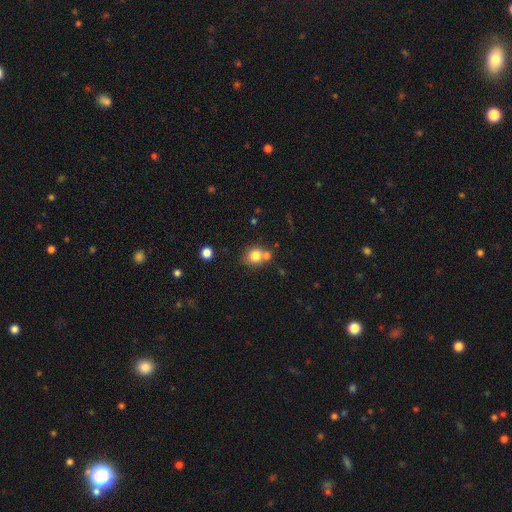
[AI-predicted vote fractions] Smooth or featured?
  - smooth: 79% *
  - star or artifact: 11%
  - featured or disk: 9%
How rounded?
  - round: 84% *
  - in between: 15%
  - cigar-shaped: 1%
Merging?
  - none: 56% *
  - merger: 31%
  - minor disturbance: 9%
  - major disturbance: 3%